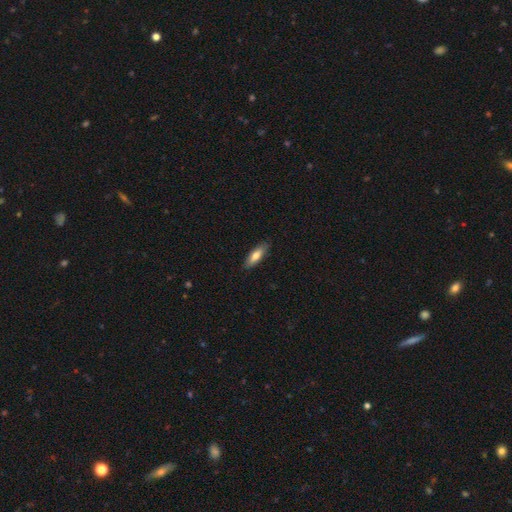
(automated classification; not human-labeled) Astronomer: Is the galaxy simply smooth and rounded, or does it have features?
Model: smooth — 74%.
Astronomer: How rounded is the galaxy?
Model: in between — 52% (runner-up: cigar-shaped, 46%).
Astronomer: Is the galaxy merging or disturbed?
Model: none — 86%.